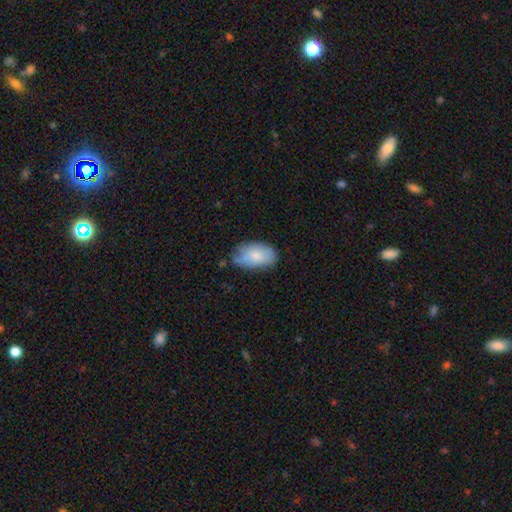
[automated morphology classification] Smooth or featured?
  - smooth: 78% *
  - featured or disk: 15%
  - star or artifact: 6%
How rounded?
  - in between: 93% *
  - round: 6%
  - cigar-shaped: 1%
Merging?
  - none: 57% *
  - minor disturbance: 33%
  - major disturbance: 7%
  - merger: 3%